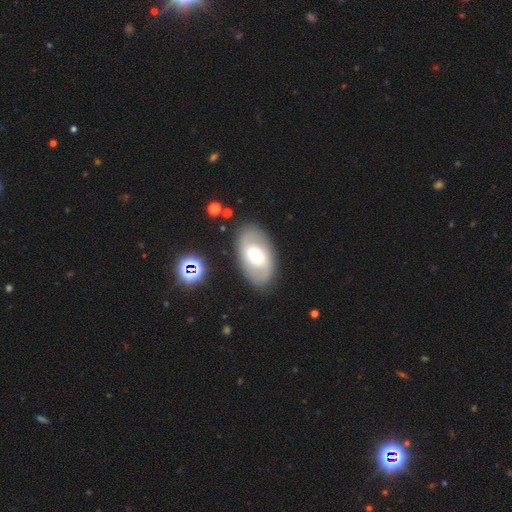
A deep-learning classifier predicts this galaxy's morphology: Smooth or featured: featured or disk — 48% (smooth — 44%)
Merging: none — 85% (minor disturbance — 9%)